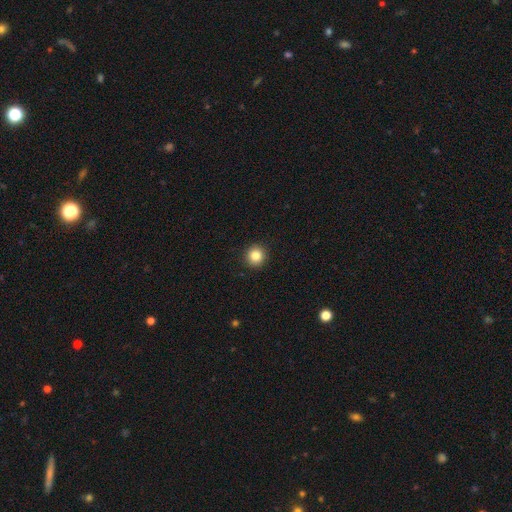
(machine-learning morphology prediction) type=smooth (84%); roundness=round (93%); merging=none (92%).